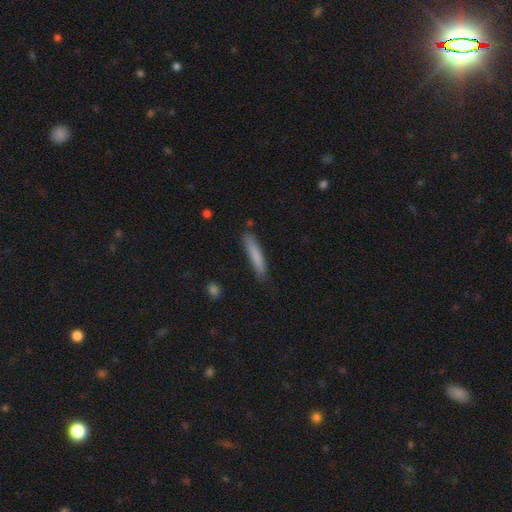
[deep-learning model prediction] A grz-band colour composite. It shows a smooth galaxy with no disk features (80%) that is cigar-shaped (91%). Merging: none (81%).